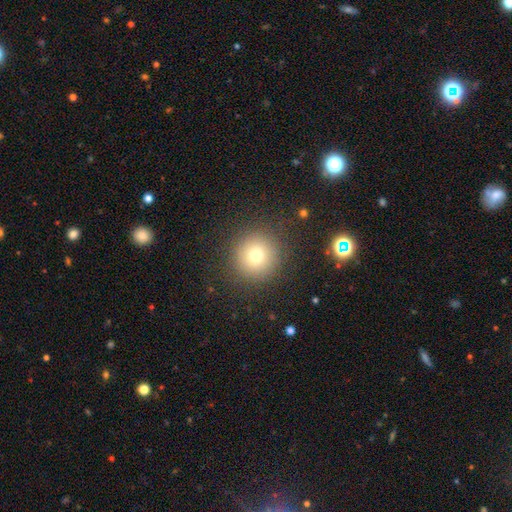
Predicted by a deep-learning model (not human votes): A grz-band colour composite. It shows a smooth galaxy with no disk features (73%) that is round (94%). Merging: none (88%).